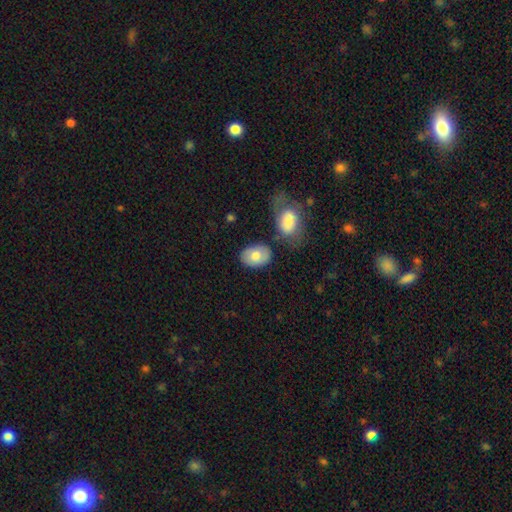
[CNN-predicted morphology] smooth_or_featured: smooth (p=0.74) [alt: featured or disk p=0.20]
how_rounded: in between (p=0.82) [alt: round p=0.16]
merging: none (p=0.73) [alt: minor disturbance p=0.14]